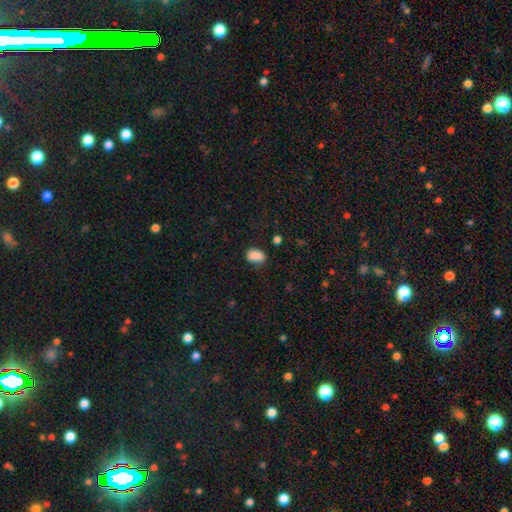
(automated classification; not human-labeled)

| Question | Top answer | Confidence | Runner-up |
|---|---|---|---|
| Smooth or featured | smooth | 86% | star or artifact (9%) |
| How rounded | in between | 79% | round (20%) |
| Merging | none | 73% | minor disturbance (19%) |